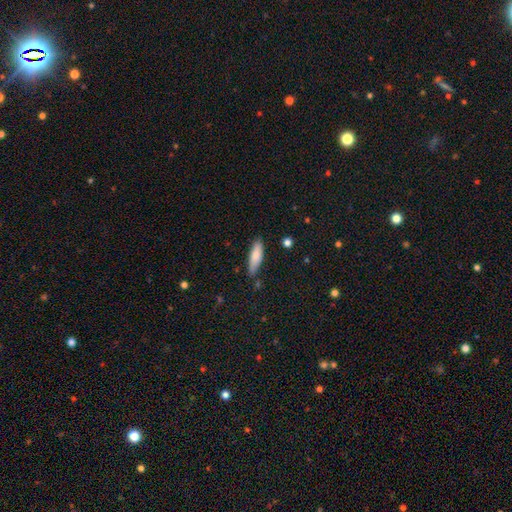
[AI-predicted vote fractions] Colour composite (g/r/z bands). It shows a smooth galaxy with no disk features (81%) that is cigar-shaped (53%). Merging: none (81%).